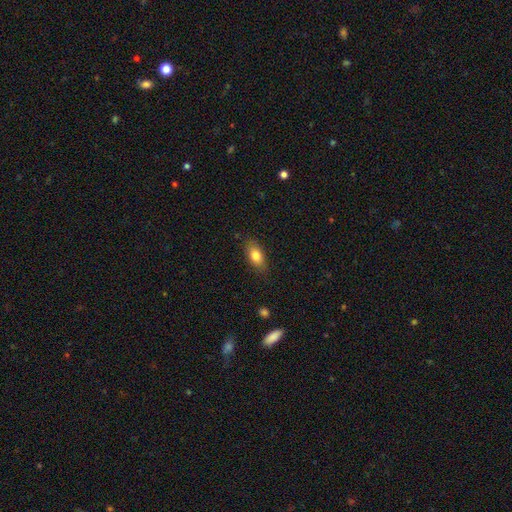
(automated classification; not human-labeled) This appears to be a smooth galaxy with no disk features (79%) that is in between round and cigar-shaped (85%). Merging: none (82%).